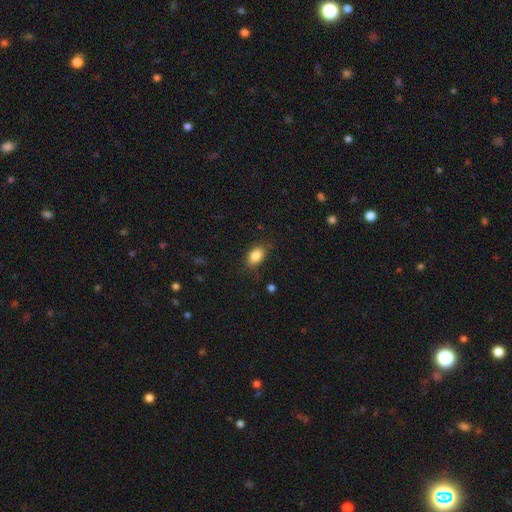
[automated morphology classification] smooth_or_featured: smooth (p=0.85) [alt: star or artifact p=0.08]
how_rounded: in between (p=0.88) [alt: round p=0.10]
merging: none (p=0.82) [alt: minor disturbance p=0.14]